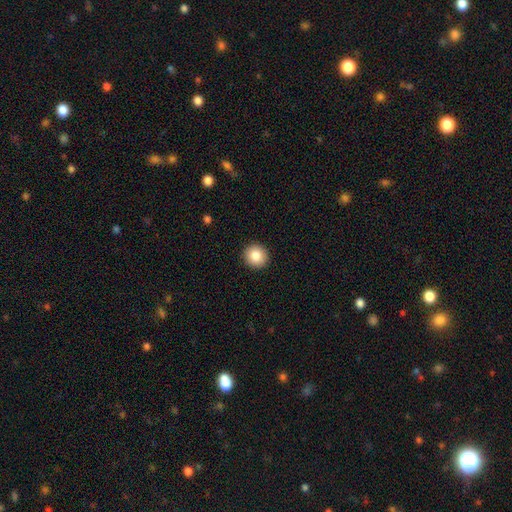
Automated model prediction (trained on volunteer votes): Overall: smooth (85%). How rounded: round (90%). Merging: none (93%).